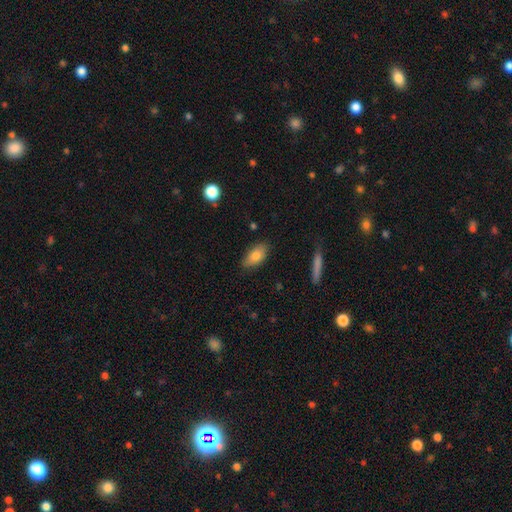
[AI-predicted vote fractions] A smooth galaxy with no disk features (79%) that is in between round and cigar-shaped (88%). Merging: none (82%).